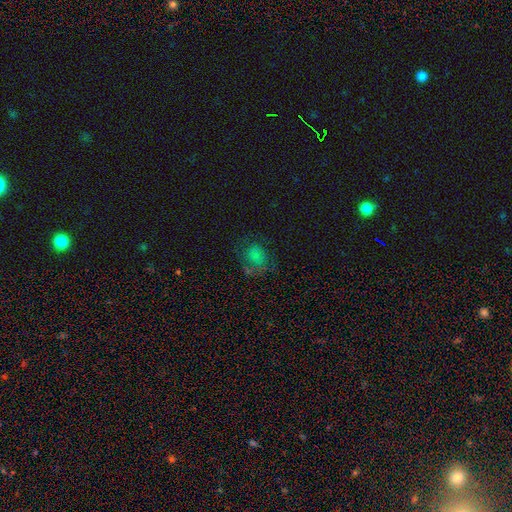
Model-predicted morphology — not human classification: The model was most divided on "smooth or featured": smooth: 46%, featured or disk: 27%, star or artifact: 27%. More confident: merging — none (54%).